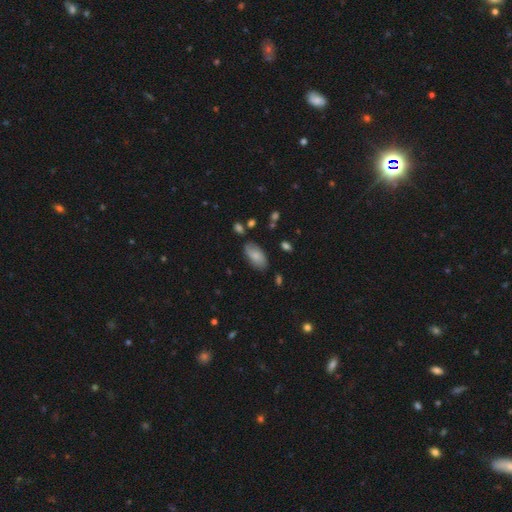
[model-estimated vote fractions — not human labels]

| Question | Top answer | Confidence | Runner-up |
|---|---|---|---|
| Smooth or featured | smooth | 71% | featured or disk (21%) |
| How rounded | in between | 93% | cigar-shaped (4%) |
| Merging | none | 75% | minor disturbance (18%) |